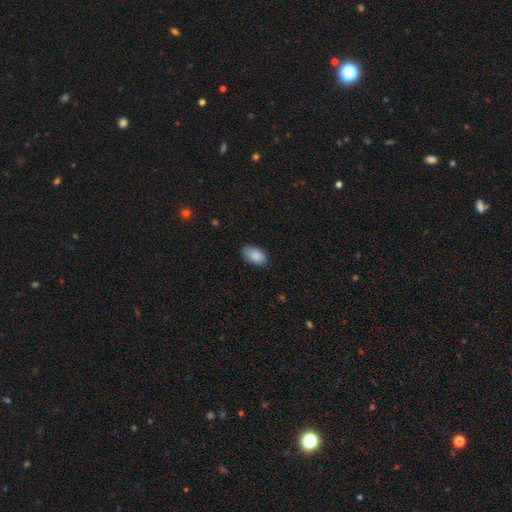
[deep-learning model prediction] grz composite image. It shows a smooth galaxy with no disk features (87%) that is in between round and cigar-shaped (93%). Merging: none (79%).